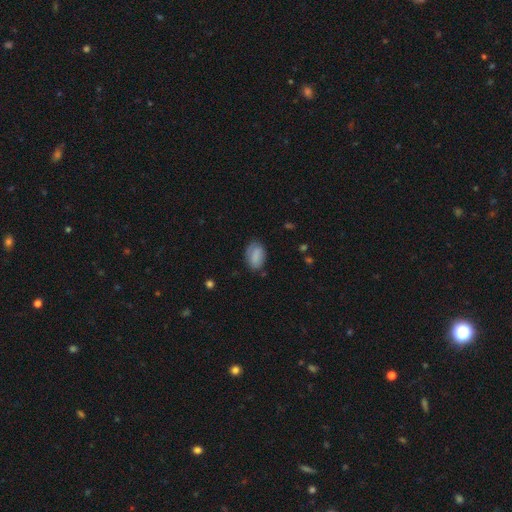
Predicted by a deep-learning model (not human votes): Smooth or featured? smooth (82%)
How rounded? in between (88%)
Merging? none (69%)